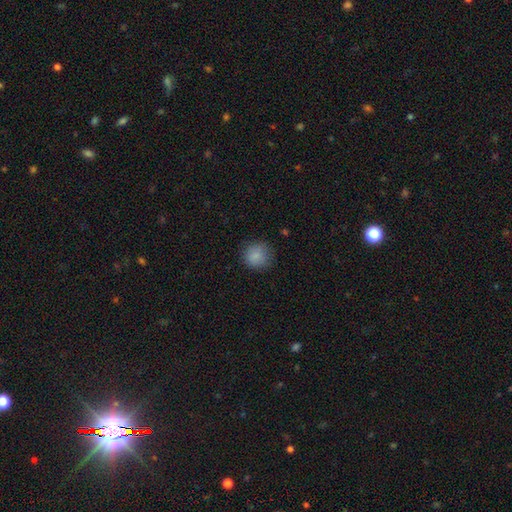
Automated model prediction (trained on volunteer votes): smooth 86%, star or artifact 9%, featured or disk 5%. Down the decision tree: how rounded — round (90%); merging — none (82%).